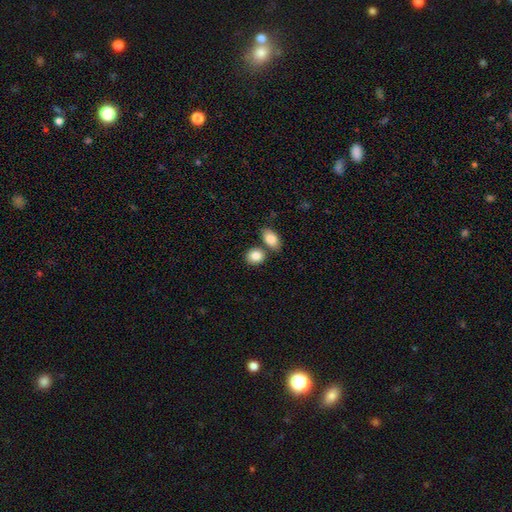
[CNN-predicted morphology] A smooth galaxy with no disk features (85%) that is round (52%).

Vote fractions:
- Smooth or featured? smooth: 85% / featured or disk: 8% / star or artifact: 8%
- How rounded? round: 52% / in between: 46% / cigar-shaped: 1%
- Merging? none: 60% / merger: 27% / minor disturbance: 10% / major disturbance: 3%